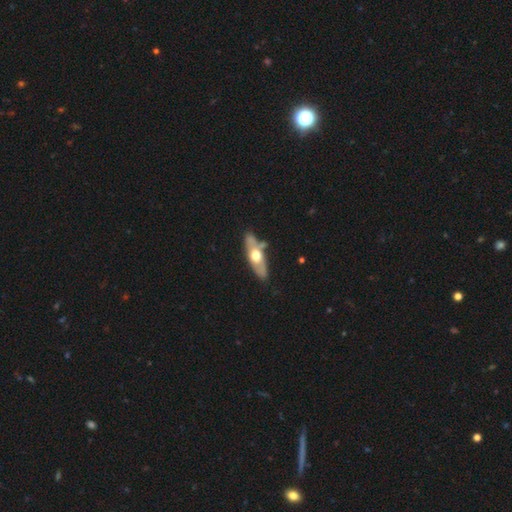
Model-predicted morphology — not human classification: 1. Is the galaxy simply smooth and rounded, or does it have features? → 55% featured or disk, 40% smooth, 5% star or artifact.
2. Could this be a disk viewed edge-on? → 58% yes, 42% no.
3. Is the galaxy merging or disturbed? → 75% none, 15% minor disturbance, 7% merger, 4% major disturbance.